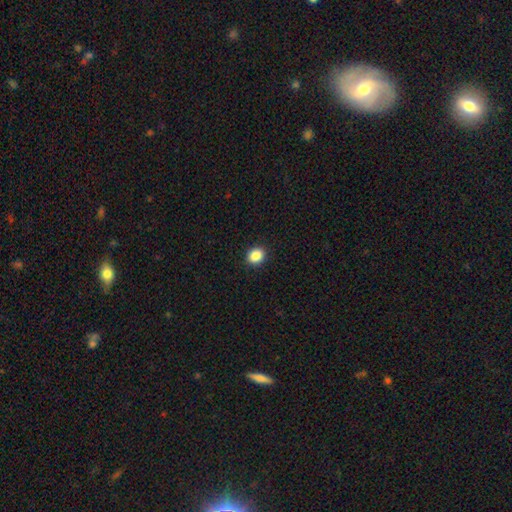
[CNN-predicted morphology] The model was most divided on "how rounded": round: 66%, in between: 33%, cigar-shaped: 1%. More confident: merging — none (92%); smooth or featured — smooth (87%).